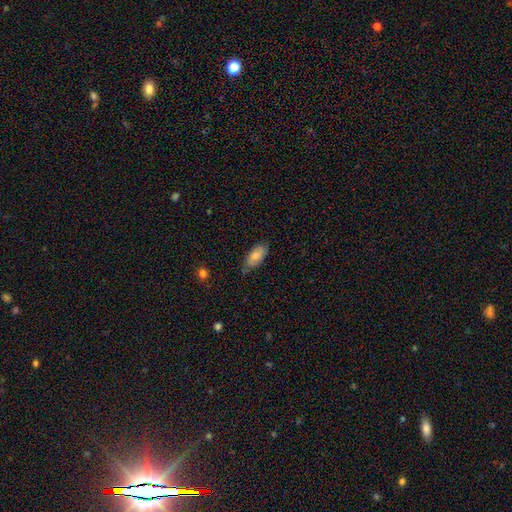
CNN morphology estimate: smooth-or-featured: smooth: 73% | featured or disk: 20% | star or artifact: 7%
  how-rounded: in between: 88% | cigar-shaped: 9% | round: 3%
  merging: none: 63% | minor disturbance: 30% | major disturbance: 5% | merger: 2%